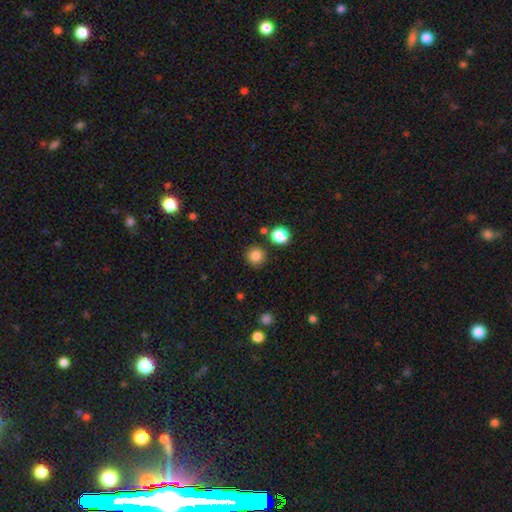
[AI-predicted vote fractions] smooth 84%, star or artifact 12%, featured or disk 4%. Down the decision tree: how rounded — round (92%); merging — none (85%).